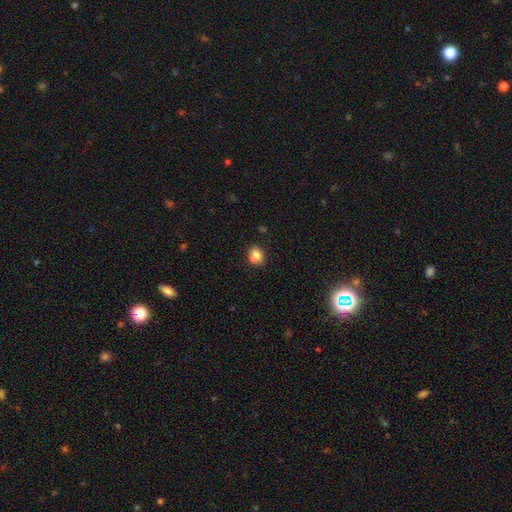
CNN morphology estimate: Smooth or featured? Predicted: smooth (p=0.80). How rounded? Predicted: round (p=0.68). Merging? Predicted: none (p=0.57).